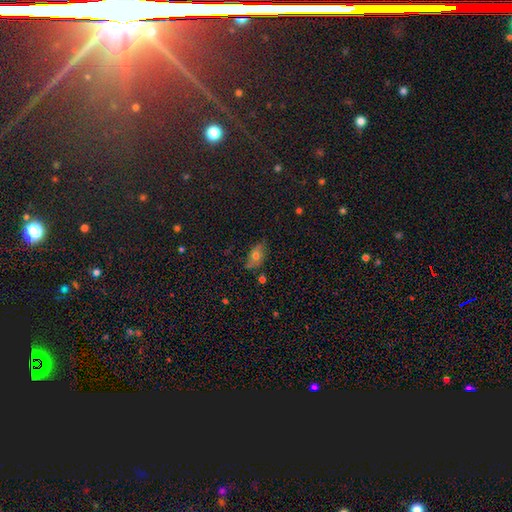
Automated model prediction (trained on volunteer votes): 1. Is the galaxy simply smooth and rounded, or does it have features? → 61% smooth, 26% featured or disk, 12% star or artifact.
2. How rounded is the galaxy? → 85% in between, 8% round, 7% cigar-shaped.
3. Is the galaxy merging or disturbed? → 72% none, 22% minor disturbance, 5% major disturbance, 2% merger.